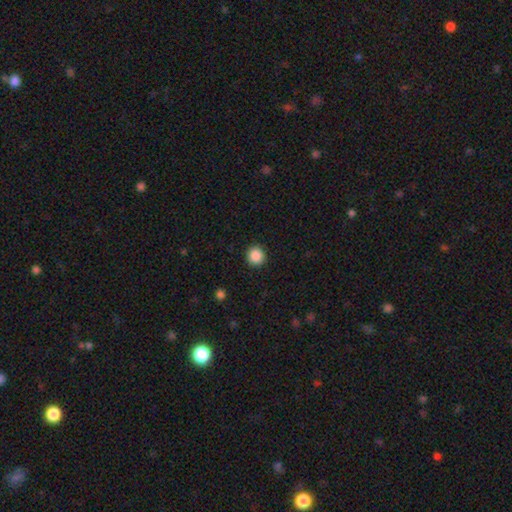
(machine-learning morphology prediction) smooth-or-featured: smooth: 88% | star or artifact: 9% | featured or disk: 3%
  how-rounded: round: 93% | in between: 6% | cigar-shaped: 1%
  merging: none: 92% | minor disturbance: 5% | major disturbance: 2% | merger: 1%